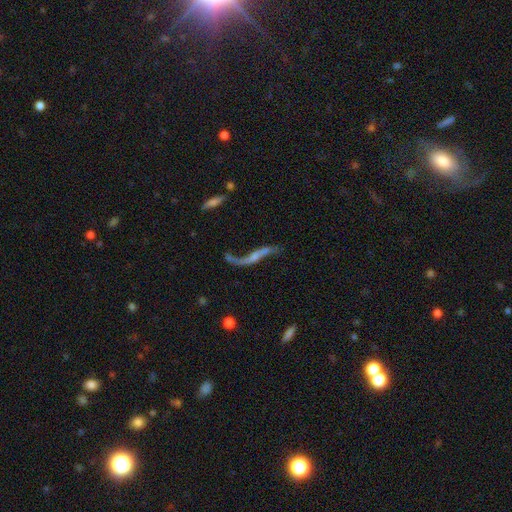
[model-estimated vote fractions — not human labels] This is likely a featured or disk galaxy (78%). It is likely not viewed edge-on (78%). Bar: possibly no (52%). Spiral arm pattern: clearly yes (83%). Spiral arm count: clearly 2 (81%). Spiral winding: clearly loose (95%). Central bulge: marginally small (42%). Merging: marginally none (41%).